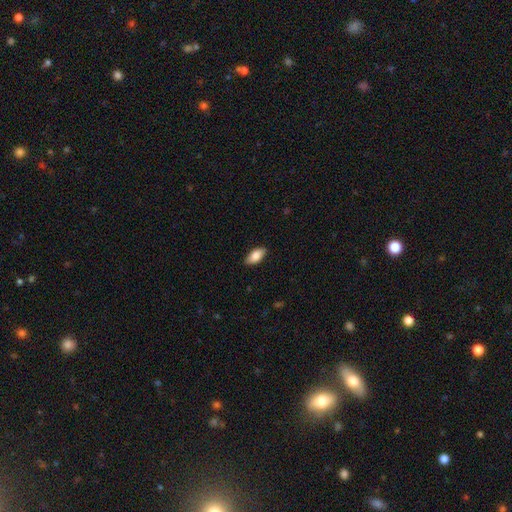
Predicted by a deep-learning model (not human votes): The model was most divided on "smooth or featured": smooth: 84%, featured or disk: 10%, star or artifact: 6%. More confident: how rounded — in between (89%); merging — none (87%).